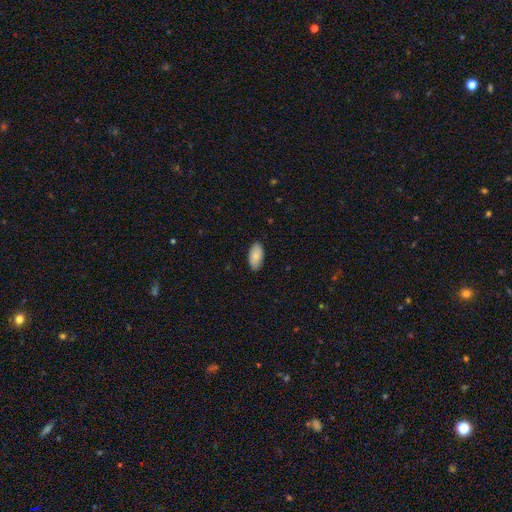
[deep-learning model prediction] A smooth galaxy with no disk features (83%) that is in between round and cigar-shaped (95%). Merging: none (87%).